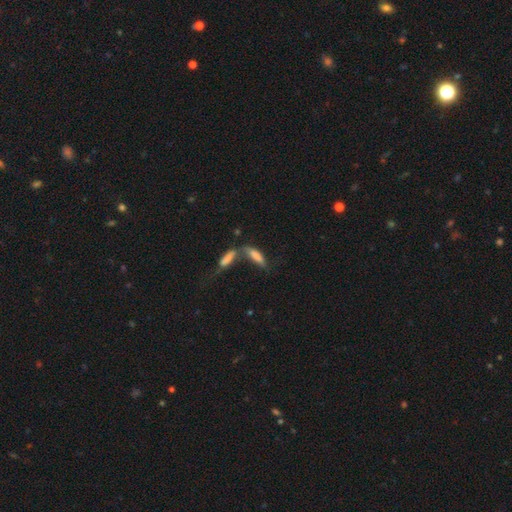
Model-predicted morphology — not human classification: Smooth or featured: smooth — 68% (featured or disk — 22%)
How rounded: cigar-shaped — 56% (in between — 42%)
Merging: merger — 57% (none — 26%)